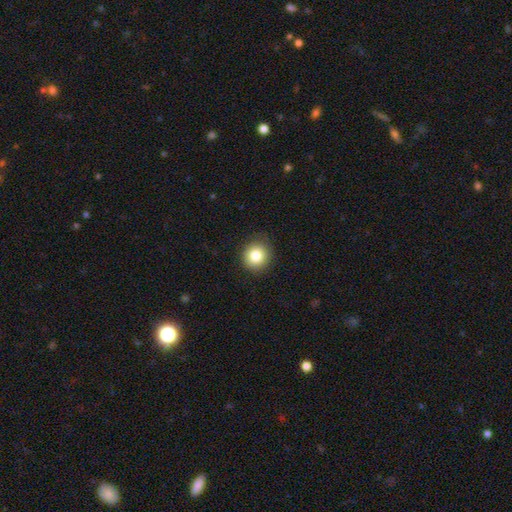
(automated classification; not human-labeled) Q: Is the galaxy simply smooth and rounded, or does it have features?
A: smooth — 83%.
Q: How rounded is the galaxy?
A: round — 88%.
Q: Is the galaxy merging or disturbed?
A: none — 86%.